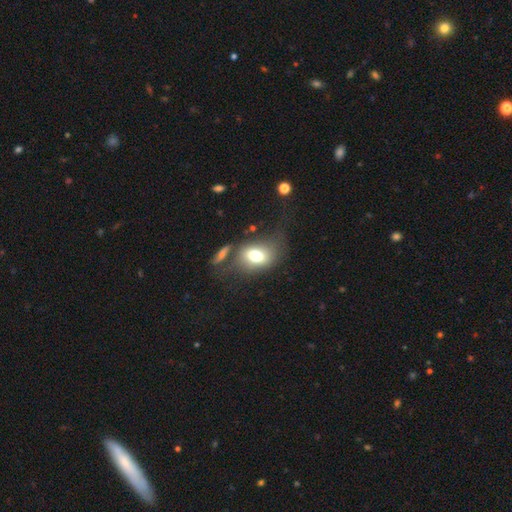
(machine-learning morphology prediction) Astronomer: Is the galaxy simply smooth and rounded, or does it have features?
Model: smooth — 71%.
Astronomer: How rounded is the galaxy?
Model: in between — 74%.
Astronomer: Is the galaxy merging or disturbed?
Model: none — 50%.